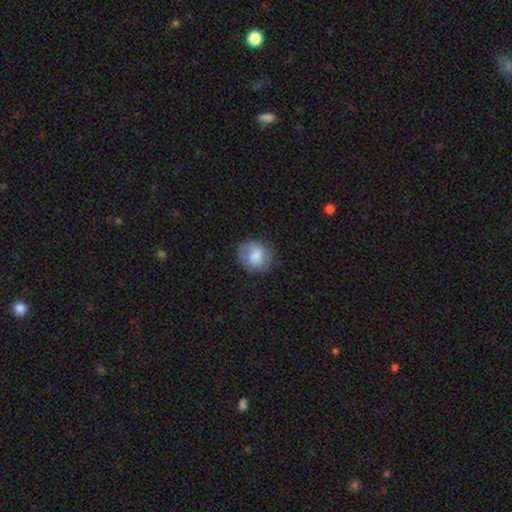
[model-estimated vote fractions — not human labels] Q: Smooth or featured?
A: smooth (71%); runner-up: featured or disk (22%)
Q: How rounded?
A: round (72%); runner-up: in between (27%)
Q: Merging?
A: none (75%); runner-up: minor disturbance (18%)